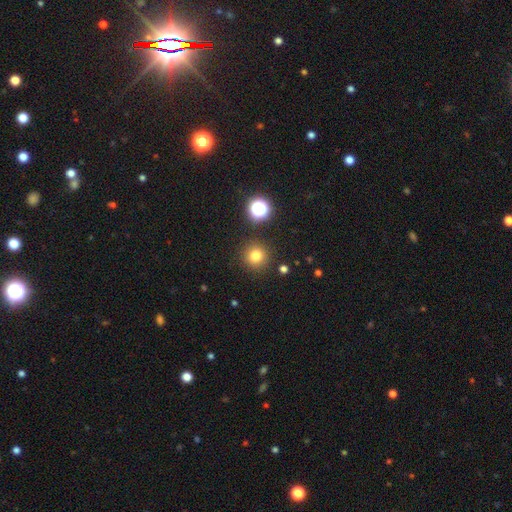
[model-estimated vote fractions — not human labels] smooth-or-featured: smooth: 77% | star or artifact: 16% | featured or disk: 7%
  how-rounded: round: 95% | in between: 4% | cigar-shaped: 1%
  merging: none: 89% | minor disturbance: 6% | merger: 3% | major disturbance: 3%